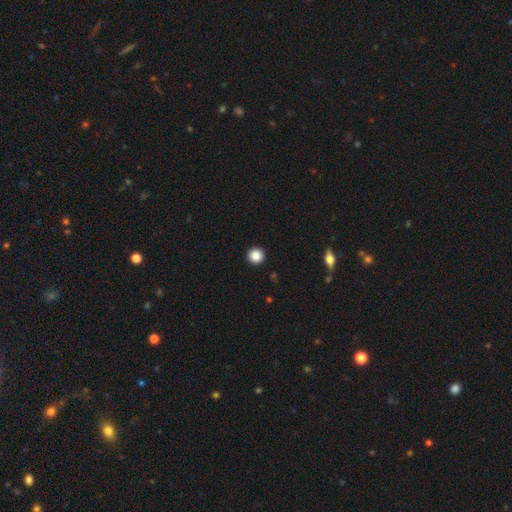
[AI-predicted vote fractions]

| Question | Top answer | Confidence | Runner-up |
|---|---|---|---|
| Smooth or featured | smooth | 86% | star or artifact (10%) |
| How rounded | round | 96% | in between (3%) |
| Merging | none | 94% | minor disturbance (4%) |